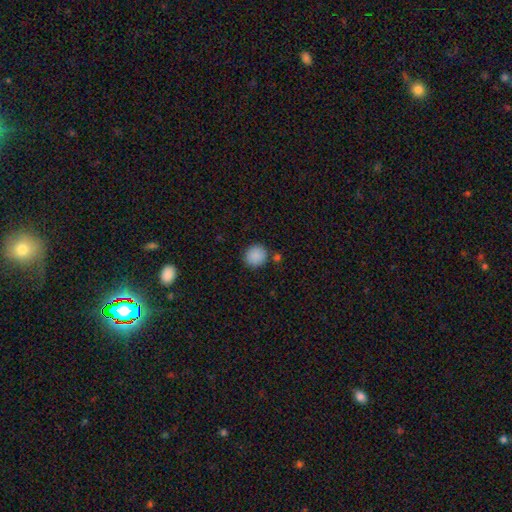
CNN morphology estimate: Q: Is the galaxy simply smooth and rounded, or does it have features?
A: smooth — 88%.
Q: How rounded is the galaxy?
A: round — 91%.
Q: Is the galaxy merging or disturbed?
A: none — 82%.